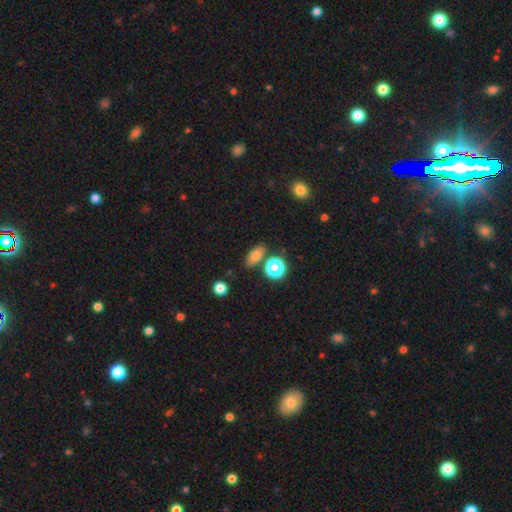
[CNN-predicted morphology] smooth 77%, star or artifact 14%, featured or disk 10%. Down the decision tree: how rounded — in between (75%); merging — none (76%).